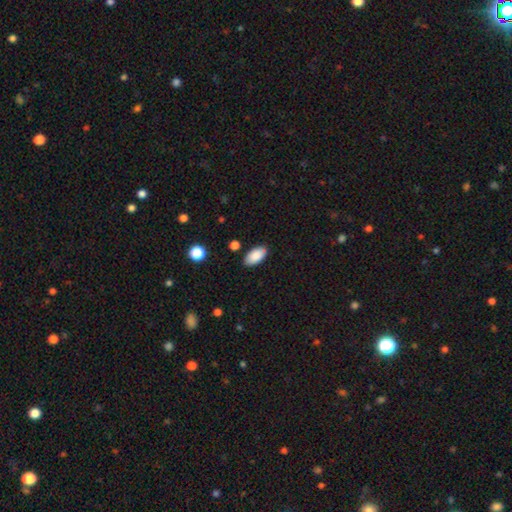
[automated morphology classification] A smooth galaxy with no disk features (88%) that is in between round and cigar-shaped (95%).

Vote fractions:
- Smooth or featured? smooth: 88% / star or artifact: 7% / featured or disk: 6%
- How rounded? in between: 95% / cigar-shaped: 3% / round: 3%
- Merging? none: 87% / minor disturbance: 9% / major disturbance: 2% / merger: 2%